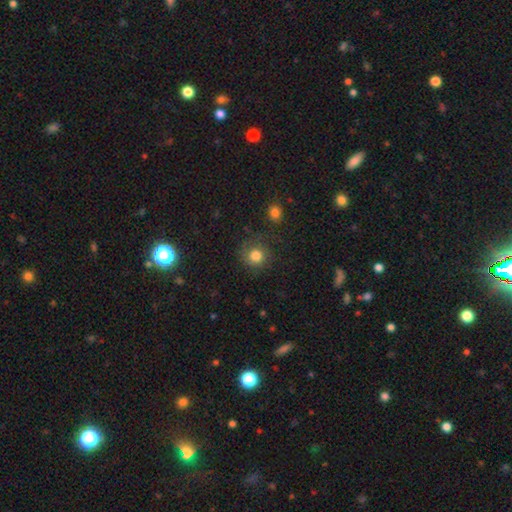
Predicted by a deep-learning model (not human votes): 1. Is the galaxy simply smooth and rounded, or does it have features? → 76% smooth, 13% featured or disk, 11% star or artifact.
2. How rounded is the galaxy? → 90% round, 9% in between, 1% cigar-shaped.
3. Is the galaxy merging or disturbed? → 73% none, 15% minor disturbance, 9% major disturbance, 2% merger.